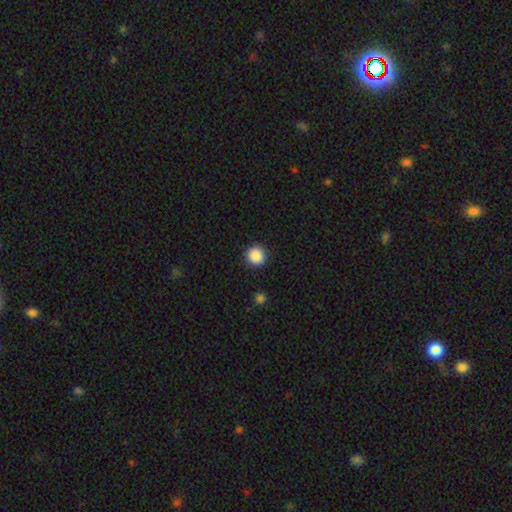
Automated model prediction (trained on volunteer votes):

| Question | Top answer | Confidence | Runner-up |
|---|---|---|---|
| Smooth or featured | smooth | 88% | star or artifact (9%) |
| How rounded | round | 94% | in between (5%) |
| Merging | none | 92% | minor disturbance (5%) |